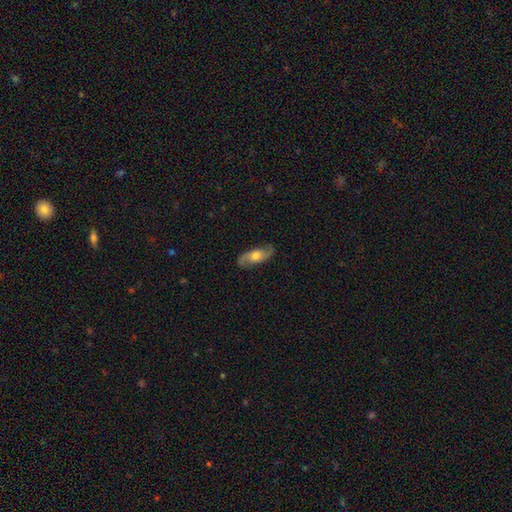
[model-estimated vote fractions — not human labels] Smooth or featured? featured or disk (61%)
Edge-on disk? no (84%)
Bar? no (72%)
Spiral arms? yes (85%)
Bulge size? moderate (68%)
Merging? none (83%)